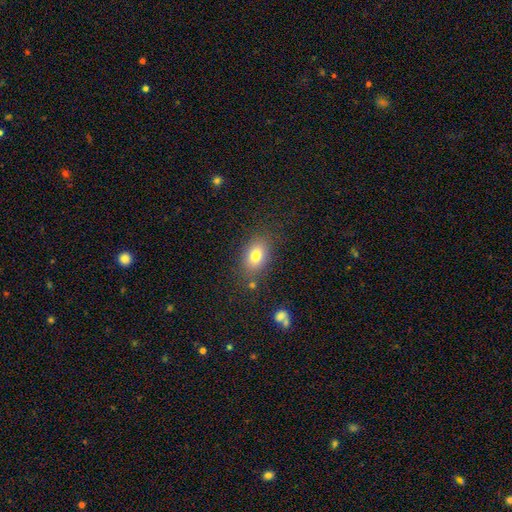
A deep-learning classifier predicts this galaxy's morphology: smooth 77%, featured or disk 12%, star or artifact 10%. Down the decision tree: how rounded — in between (80%); merging — none (79%).